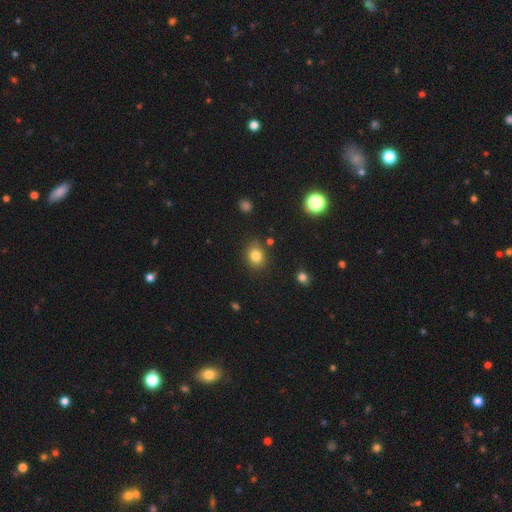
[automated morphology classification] Q: Smooth or featured?
A: smooth (81%); runner-up: star or artifact (12%)
Q: How rounded?
A: round (64%); runner-up: in between (35%)
Q: Merging?
A: none (81%); runner-up: minor disturbance (12%)